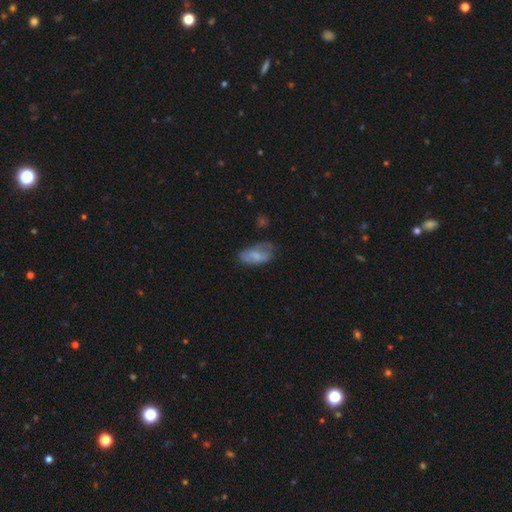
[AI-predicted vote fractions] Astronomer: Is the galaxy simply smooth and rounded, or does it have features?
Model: smooth — 66%.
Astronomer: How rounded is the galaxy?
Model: in between — 92%.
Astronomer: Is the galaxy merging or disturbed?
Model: none — 48% (runner-up: minor disturbance, 31%).